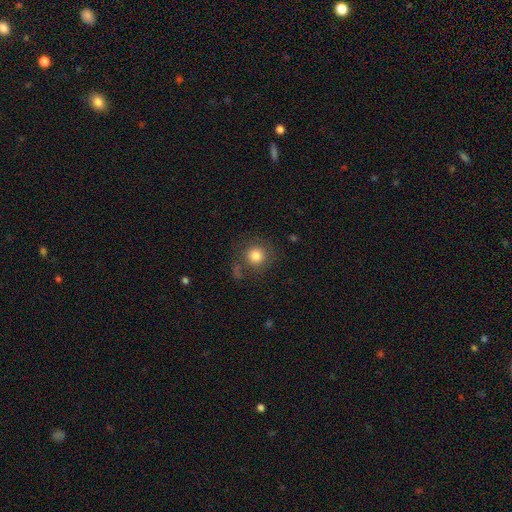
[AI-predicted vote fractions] This appears to be a smooth galaxy with no disk features (81%) that is round (93%). Merging: none (73%).